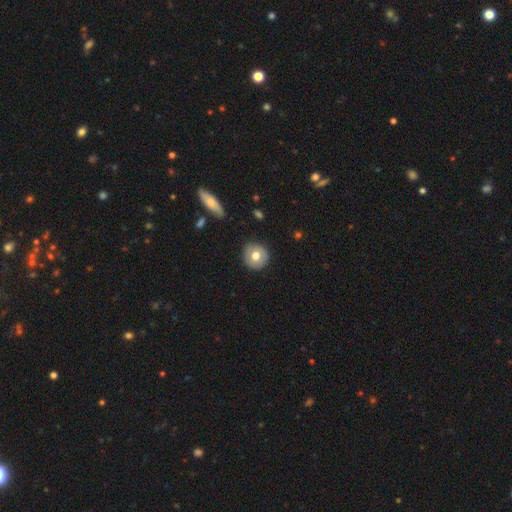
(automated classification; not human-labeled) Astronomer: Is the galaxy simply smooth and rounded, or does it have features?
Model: smooth — 72%.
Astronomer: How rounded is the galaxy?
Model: round — 93%.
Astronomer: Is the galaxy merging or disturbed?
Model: none — 88%.